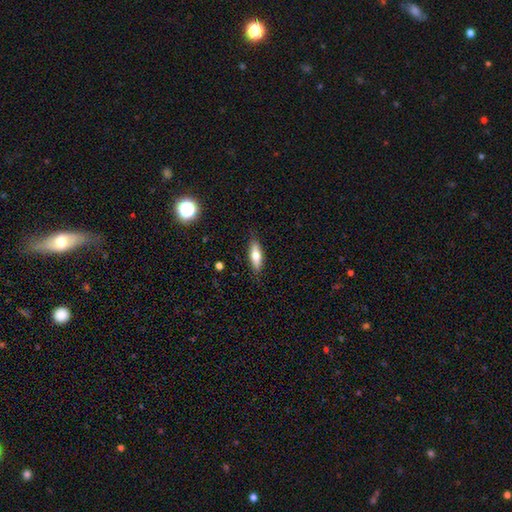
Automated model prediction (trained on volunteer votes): Smooth or featured?
  - smooth: 68% *
  - featured or disk: 25%
  - star or artifact: 7%
How rounded?
  - in between: 54% *
  - cigar-shaped: 43%
  - round: 2%
Merging?
  - none: 86% *
  - minor disturbance: 11%
  - major disturbance: 2%
  - merger: 1%